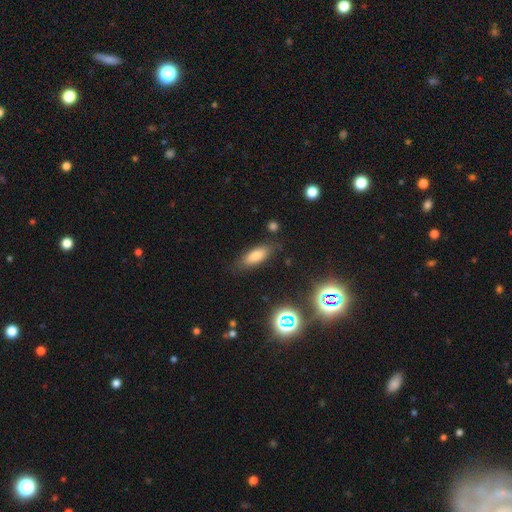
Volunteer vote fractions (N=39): A smooth galaxy with no disk features (82%) that is in between round and cigar-shaped (72%). Merging: none (84%).